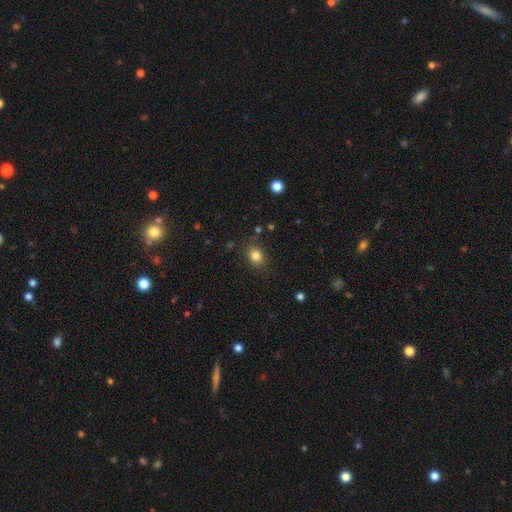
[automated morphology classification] The model was most divided on "how rounded": round: 52%, in between: 47%, cigar-shaped: 1%. More confident: smooth or featured — smooth (82%); merging — none (81%).